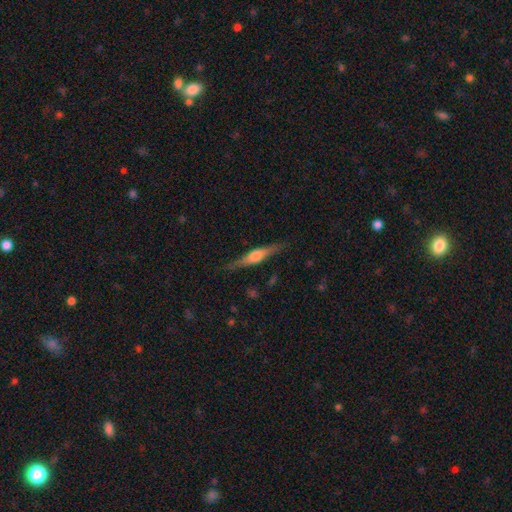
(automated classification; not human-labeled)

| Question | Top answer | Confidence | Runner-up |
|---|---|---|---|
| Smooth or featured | featured or disk | 63% | smooth (32%) |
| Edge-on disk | yes | 95% | no (5%) |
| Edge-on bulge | rounded | 85% | boxy (10%) |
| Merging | none | 83% | minor disturbance (13%) |